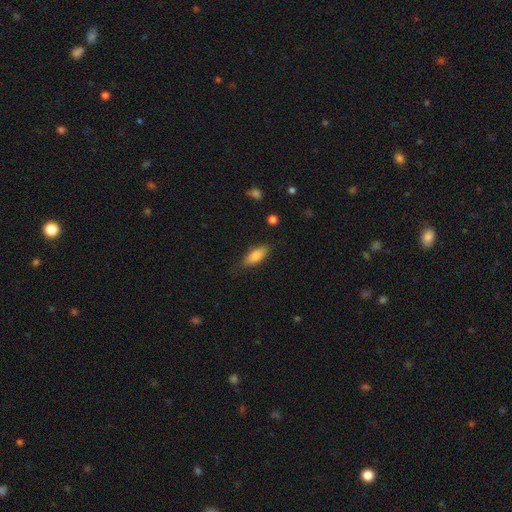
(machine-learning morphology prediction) A smooth galaxy with no disk features (79%) that is in between round and cigar-shaped (75%).

Vote fractions:
- Smooth or featured? smooth: 79% / featured or disk: 15% / star or artifact: 7%
- How rounded? in between: 75% / cigar-shaped: 22% / round: 2%
- Merging? none: 81% / minor disturbance: 15% / major disturbance: 3% / merger: 1%